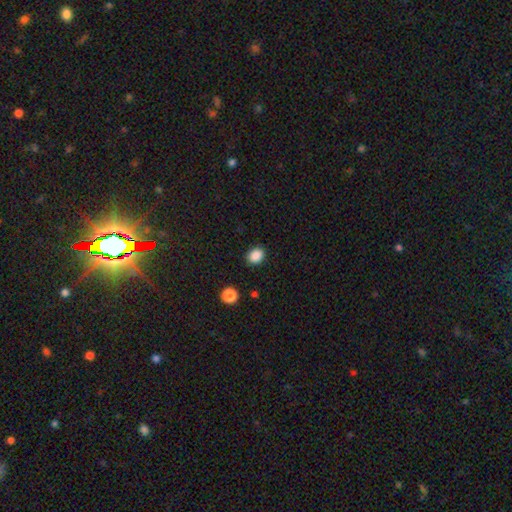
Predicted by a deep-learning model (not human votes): smooth 88%, star or artifact 10%, featured or disk 3%. Down the decision tree: how rounded — round (51%); merging — none (88%).